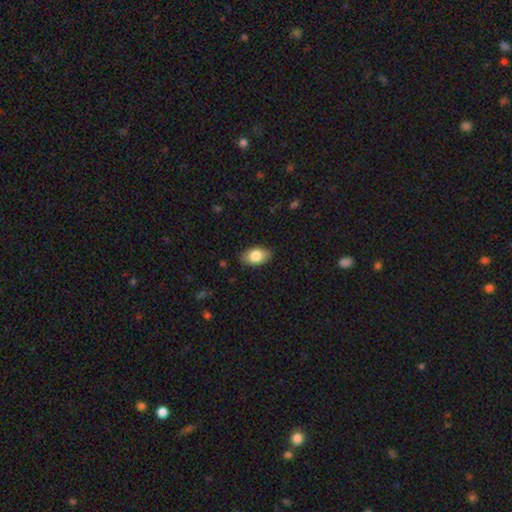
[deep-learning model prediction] A smooth galaxy with no disk features (83%) that is in between round and cigar-shaped (90%). Merging: none (85%).